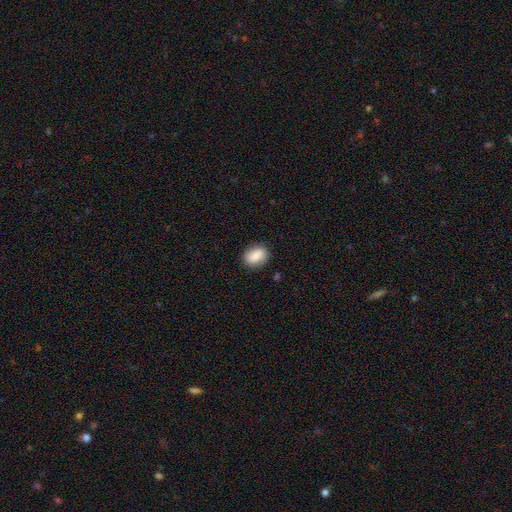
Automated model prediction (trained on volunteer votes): This is clearly a smooth galaxy (84%). How rounded: likely in between (73%). Merging: clearly none (84%).